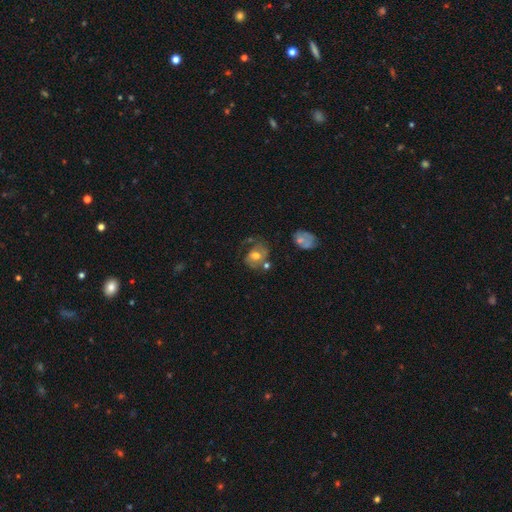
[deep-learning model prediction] Smooth or featured?
  - featured or disk: 50% *
  - smooth: 41%
  - star or artifact: 9%
Edge-on disk?
  - no: 96% *
  - yes: 4%
Merging?
  - none: 46% *
  - minor disturbance: 23%
  - major disturbance: 20%
  - merger: 11%